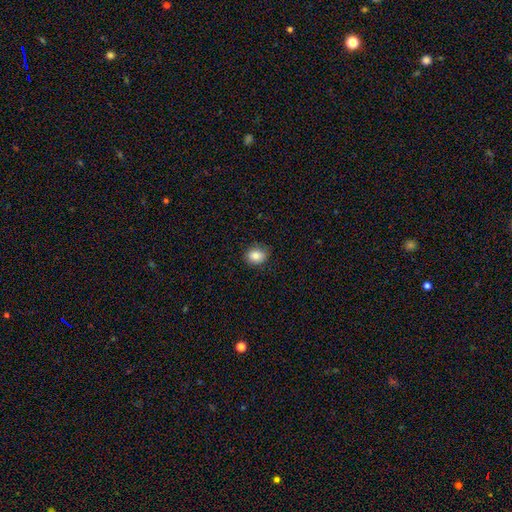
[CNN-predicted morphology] The model was most divided on "how rounded": round: 52%, in between: 47%, cigar-shaped: 1%. More confident: smooth or featured — smooth (85%); merging — none (83%).